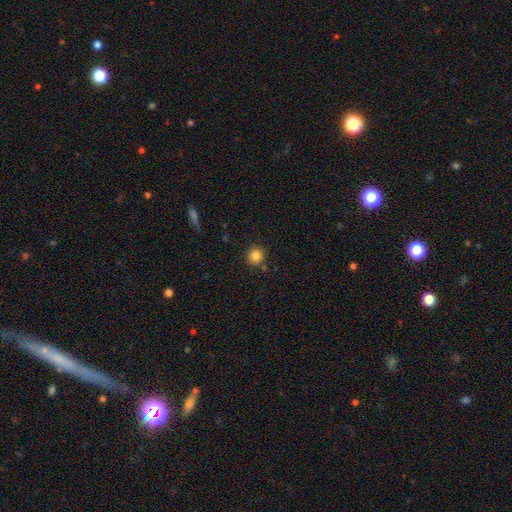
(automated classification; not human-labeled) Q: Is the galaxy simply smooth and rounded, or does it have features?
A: smooth — 84%.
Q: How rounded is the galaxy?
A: round — 92%.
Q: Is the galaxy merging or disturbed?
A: none — 84%.